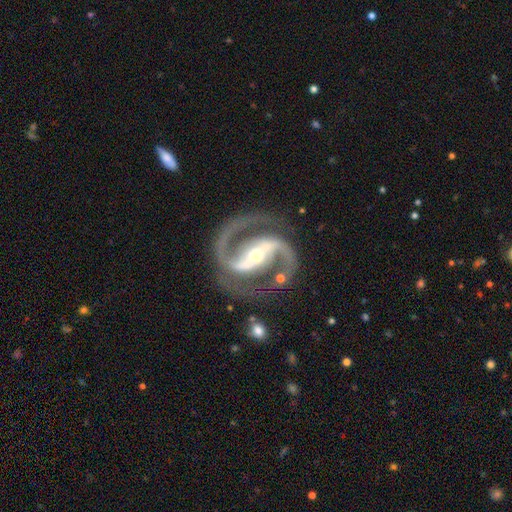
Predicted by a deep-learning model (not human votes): This is clearly a featured or disk galaxy (94%). It is clearly not viewed edge-on (98%). Bar: likely strong (71%). Spiral arm pattern: clearly yes (98%). Spiral arm count: clearly 2 (94%). Spiral winding: likely medium (67%). Central bulge: possibly small (52%). Merging: clearly none (82%).